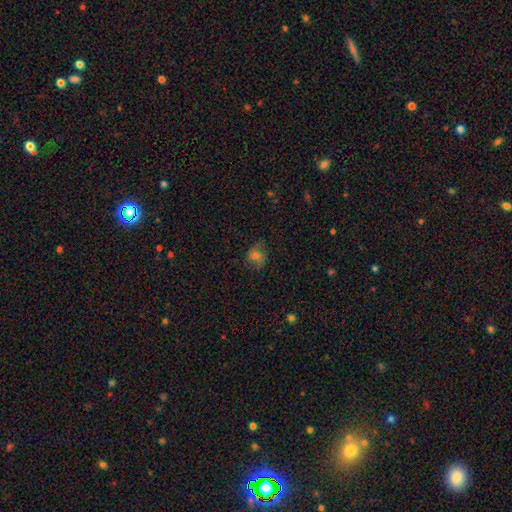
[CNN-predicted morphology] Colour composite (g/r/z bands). It shows a smooth galaxy with no disk features (62%) that is round (57%). Merging: none (67%).